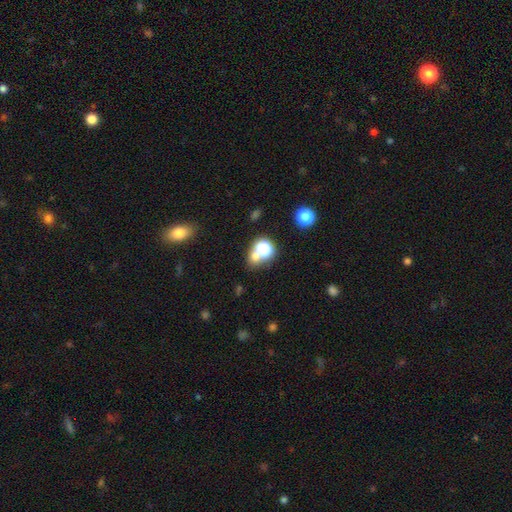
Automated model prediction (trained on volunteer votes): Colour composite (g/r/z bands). It shows a smooth galaxy with no disk features (63%) that is round (72%). Merging: none (50%).